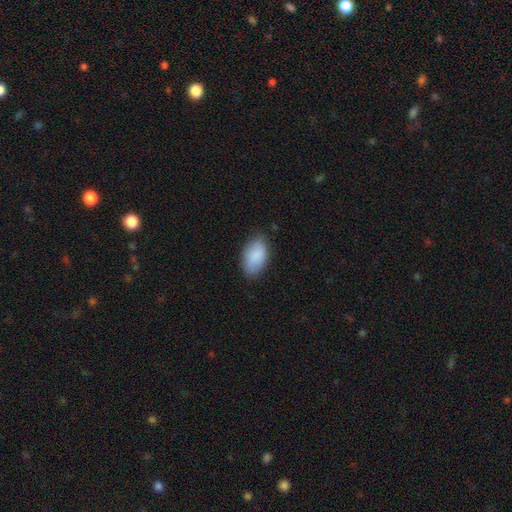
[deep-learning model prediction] Smooth or featured? smooth (88%)
How rounded? in between (94%)
Merging? none (79%)